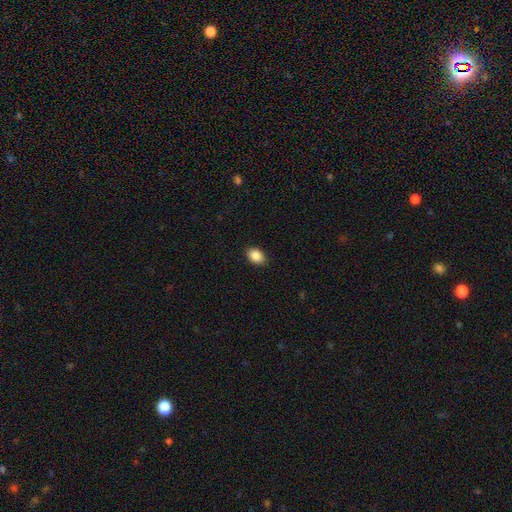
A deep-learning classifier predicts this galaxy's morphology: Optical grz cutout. It shows a smooth galaxy with no disk features (88%) that is in between round and cigar-shaped (79%). Merging: none (89%).